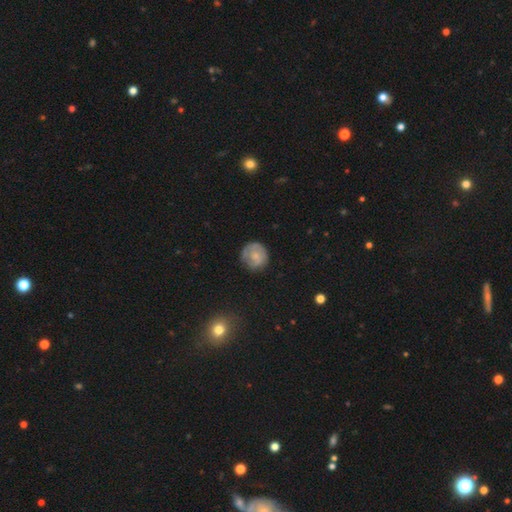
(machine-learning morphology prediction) A smooth galaxy with no disk features (53%) that is round (87%). Merging: none (73%).